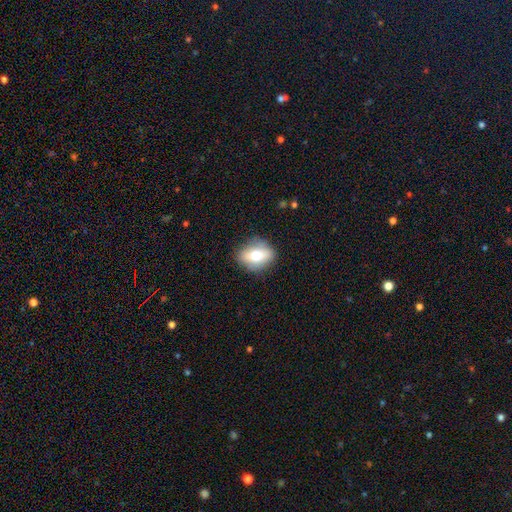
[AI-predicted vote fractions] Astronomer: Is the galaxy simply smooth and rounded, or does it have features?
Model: smooth — 66%.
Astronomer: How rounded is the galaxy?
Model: in between — 70%.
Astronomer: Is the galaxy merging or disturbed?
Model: none — 82%.